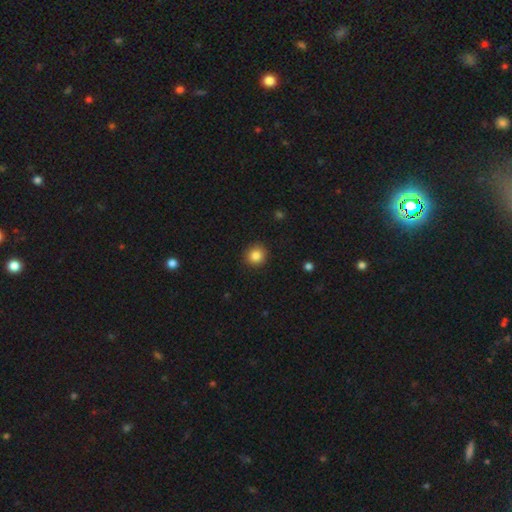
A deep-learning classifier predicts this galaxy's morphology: Smooth or featured? smooth (85%)
How rounded? round (92%)
Merging? none (91%)